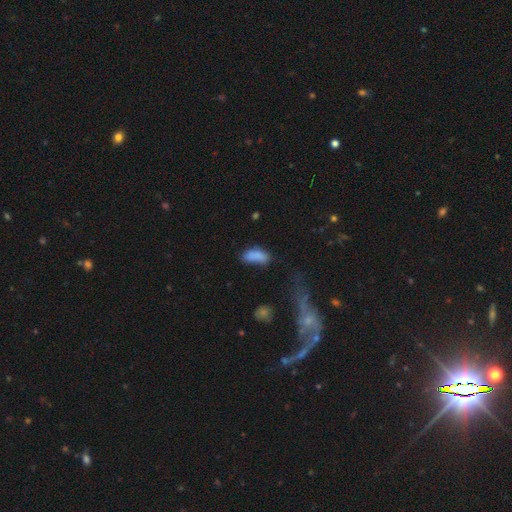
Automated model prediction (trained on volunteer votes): A smooth galaxy with no disk features (82%) that is in between round and cigar-shaped (85%).

Vote fractions:
- Smooth or featured? smooth: 82% / star or artifact: 10% / featured or disk: 9%
- How rounded? in between: 85% / cigar-shaped: 12% / round: 3%
- Merging? none: 45% / minor disturbance: 32% / major disturbance: 15% / merger: 8%